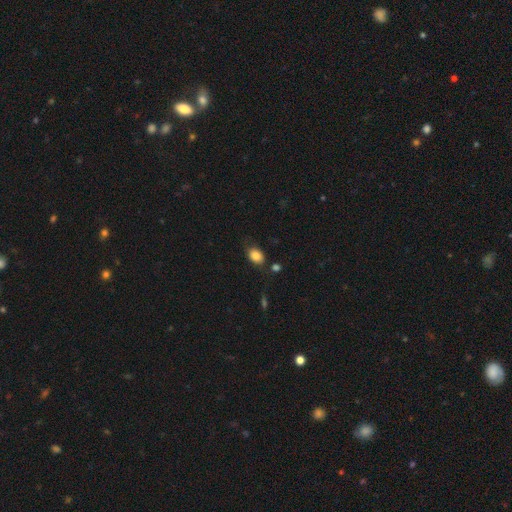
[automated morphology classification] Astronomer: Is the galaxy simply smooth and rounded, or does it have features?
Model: smooth — 84%.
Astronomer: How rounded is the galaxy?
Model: in between — 77%.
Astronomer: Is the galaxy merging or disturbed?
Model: none — 69%.